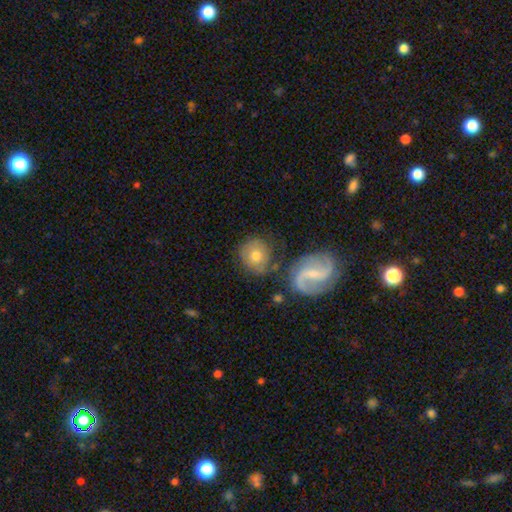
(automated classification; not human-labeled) Morphology: type=smooth (61%); roundness=round (83%); merging=none (66%).